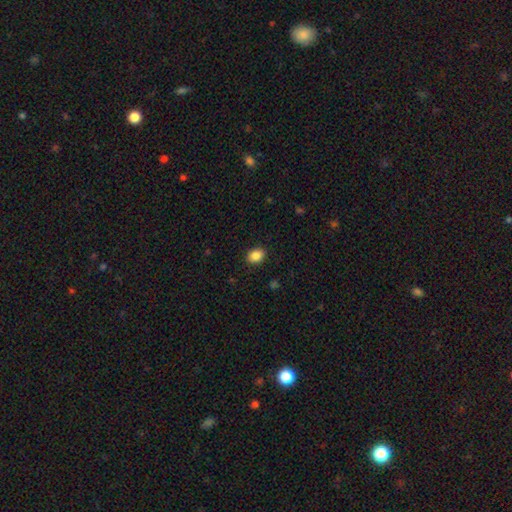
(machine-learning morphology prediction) smooth 87%, star or artifact 9%, featured or disk 4%. Down the decision tree: how rounded — in between (67%); merging — none (89%).